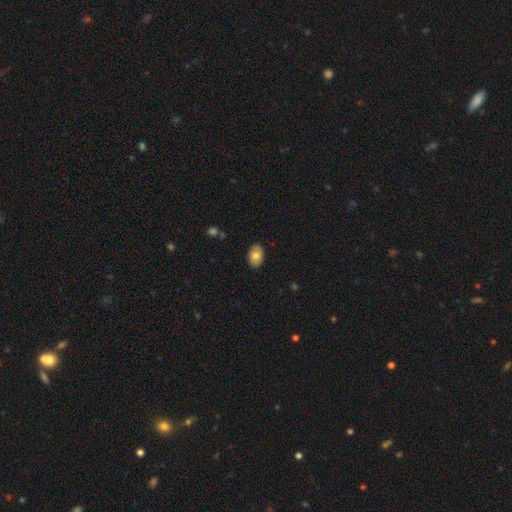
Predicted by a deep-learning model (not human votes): smooth 76%, featured or disk 17%, star or artifact 7%. Down the decision tree: how rounded — in between (88%); merging — none (88%).